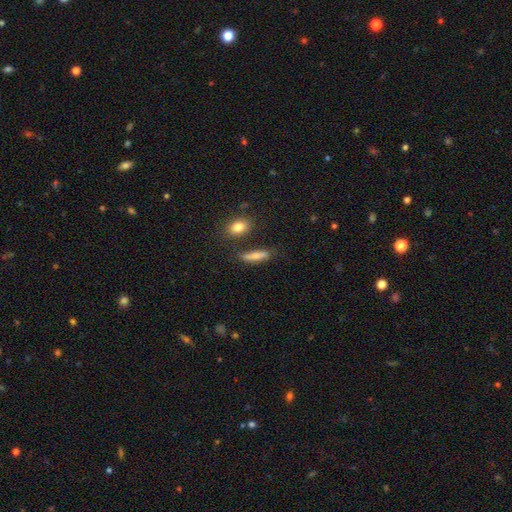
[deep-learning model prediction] Smooth or featured? smooth (65%)
How rounded? cigar-shaped (66%)
Merging? none (66%)